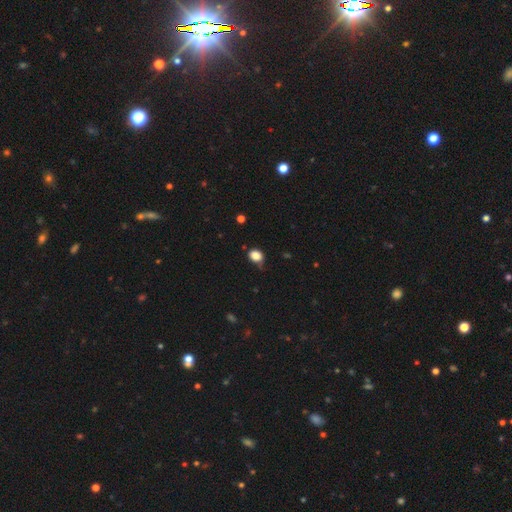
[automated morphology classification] Smooth or featured? smooth (85%)
How rounded? round (56%)
Merging? none (62%)